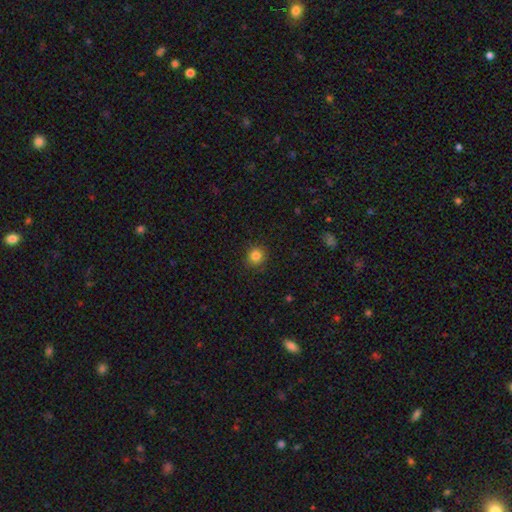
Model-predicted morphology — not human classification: A smooth galaxy with no disk features (83%) that is round (91%). Merging: none (89%).